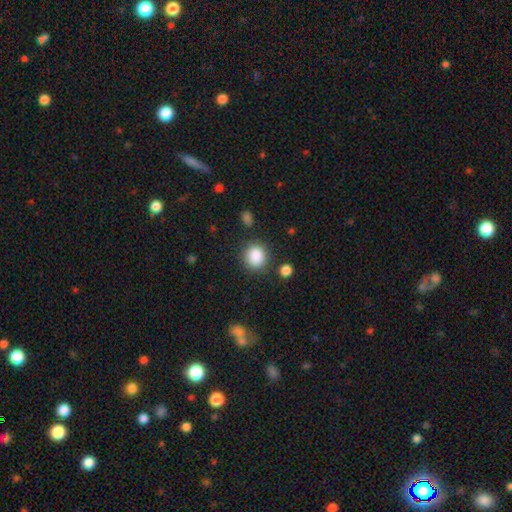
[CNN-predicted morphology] Smooth or featured? smooth (87%)
How rounded? round (80%)
Merging? none (82%)